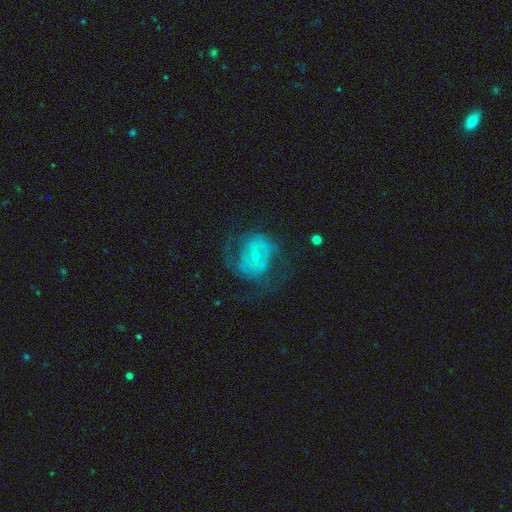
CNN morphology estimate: smooth_or_featured: featured or disk (p=0.71) [alt: smooth p=0.20]
disk_edge_on: no (p=0.97) [alt: yes p=0.03]
bar: no (p=0.66) [alt: weak p=0.26]
has_spiral_arms: yes (p=0.70) [alt: no p=0.30]
bulge_size: small (p=0.68) [alt: moderate p=0.27]
merging: none (p=0.54) [alt: major disturbance p=0.25]